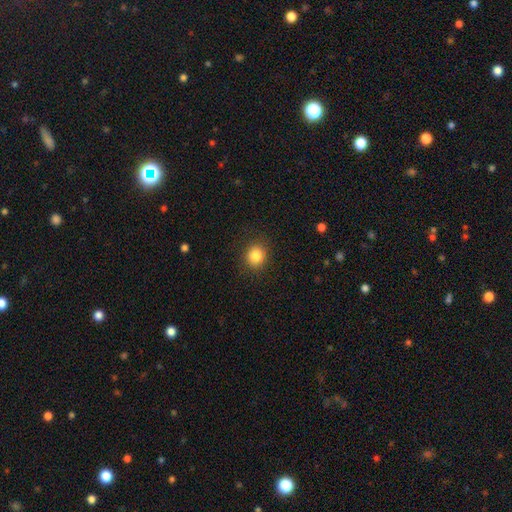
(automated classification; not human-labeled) Morphology: type=smooth (84%); roundness=round (77%); merging=none (88%).